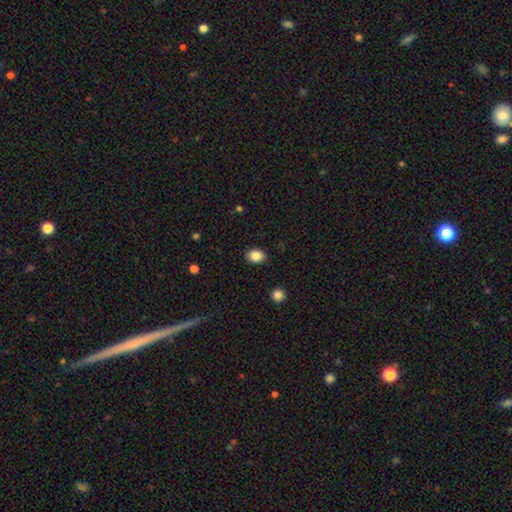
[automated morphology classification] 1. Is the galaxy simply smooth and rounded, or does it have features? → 87% smooth, 9% star or artifact, 4% featured or disk.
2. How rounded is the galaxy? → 64% in between, 35% round, 1% cigar-shaped.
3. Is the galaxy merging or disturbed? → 89% none, 8% minor disturbance, 2% major disturbance, 1% merger.